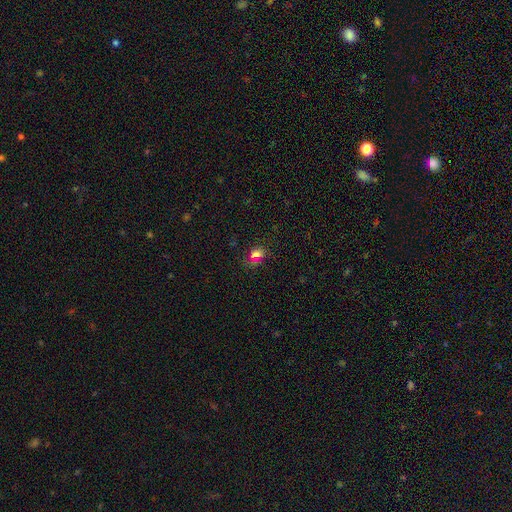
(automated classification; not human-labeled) A smooth galaxy with no disk features (61%) that is in between round and cigar-shaped (59%). Merging: none (73%).